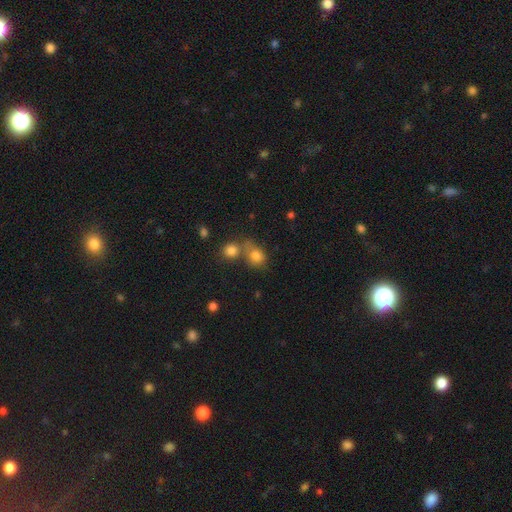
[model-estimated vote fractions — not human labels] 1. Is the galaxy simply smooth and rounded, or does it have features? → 79% smooth, 12% star or artifact, 9% featured or disk.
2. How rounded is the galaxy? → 57% round, 42% in between, 1% cigar-shaped.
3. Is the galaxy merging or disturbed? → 43% none, 39% merger, 12% minor disturbance, 6% major disturbance.